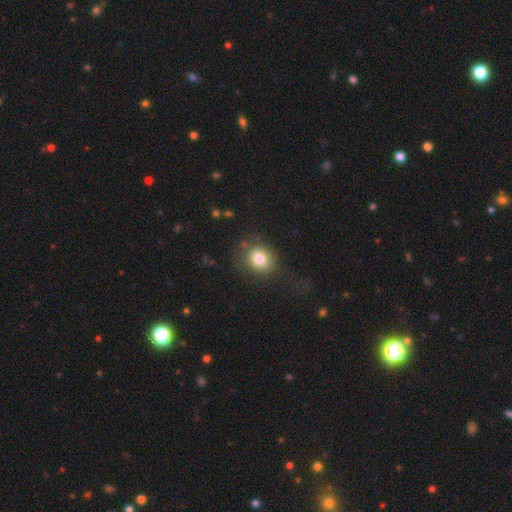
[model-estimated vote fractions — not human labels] A smooth galaxy with no disk features (79%) that is round (72%). Merging: none (66%).